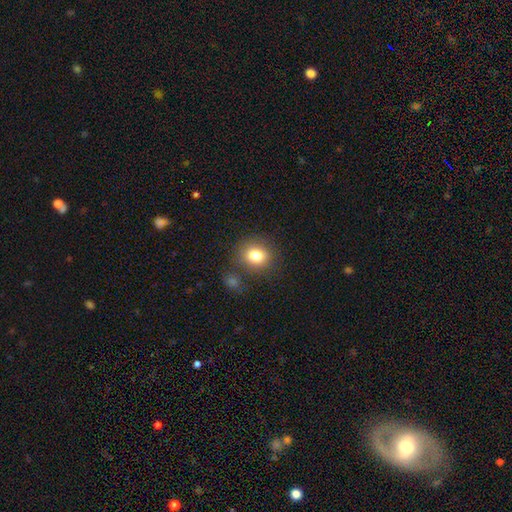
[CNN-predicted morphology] Q: Smooth or featured?
A: smooth (80%); runner-up: star or artifact (11%)
Q: How rounded?
A: round (71%); runner-up: in between (28%)
Q: Merging?
A: none (78%); runner-up: minor disturbance (11%)